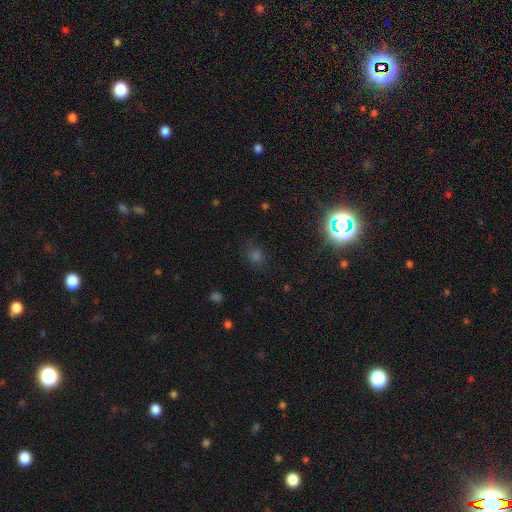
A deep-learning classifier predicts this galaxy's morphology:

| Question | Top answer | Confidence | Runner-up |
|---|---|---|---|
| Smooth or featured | smooth | 48% | star or artifact (44%) |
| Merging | none | 82% | minor disturbance (11%) |